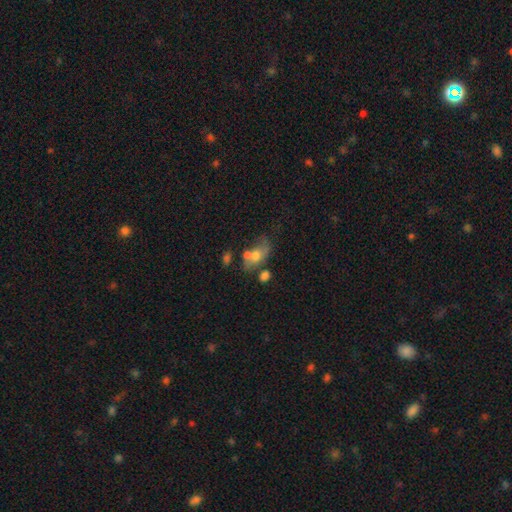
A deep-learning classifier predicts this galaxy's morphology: Smooth or featured: smooth — 55% (featured or disk — 35%)
How rounded: in between — 82% (round — 16%)
Merging: none — 32% (merger — 30%)